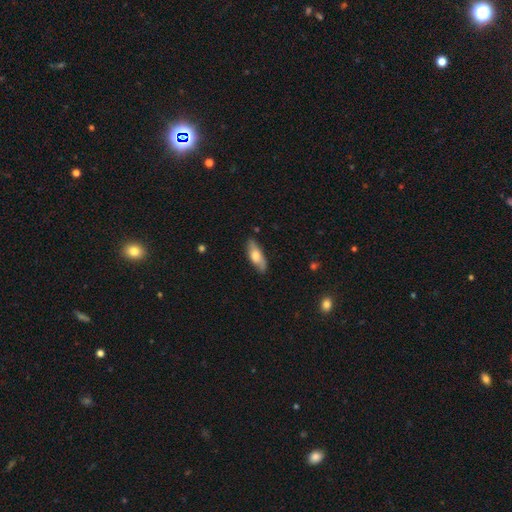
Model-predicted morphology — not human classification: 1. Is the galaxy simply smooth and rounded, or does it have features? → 59% smooth, 35% featured or disk, 6% star or artifact.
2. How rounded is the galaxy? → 63% in between, 35% cigar-shaped, 3% round.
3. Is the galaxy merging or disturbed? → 80% none, 16% minor disturbance, 3% major disturbance, 1% merger.